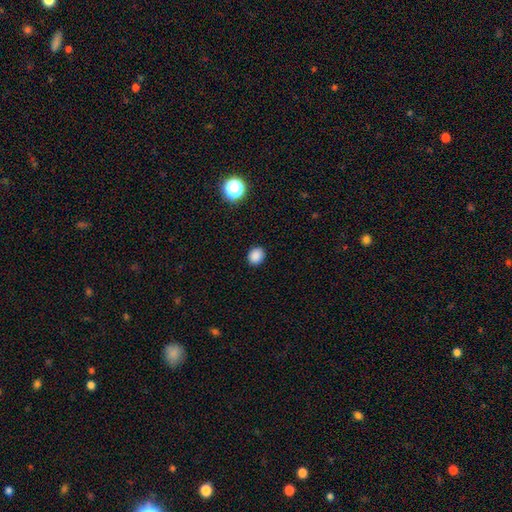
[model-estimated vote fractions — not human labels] Overall: smooth (87%). How rounded: round (60%; in between 39%). Merging: none (90%).